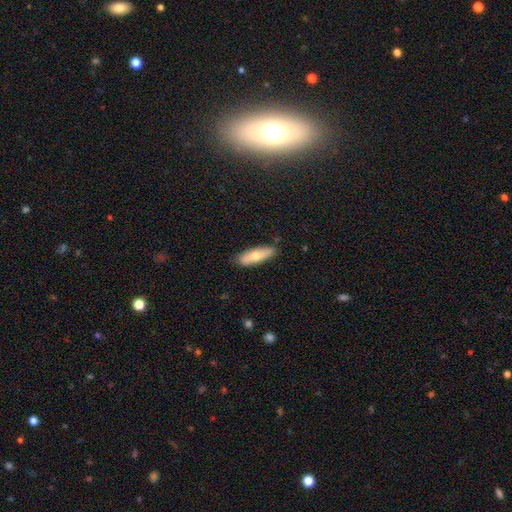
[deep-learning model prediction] Overall: smooth (61%; featured or disk 33%). How rounded: cigar-shaped (54%; in between 44%). Merging: none (86%).